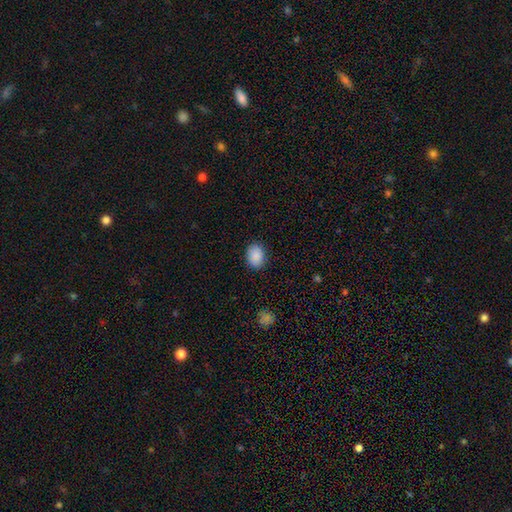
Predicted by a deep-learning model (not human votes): A smooth galaxy with no disk features (89%) that is in between round and cigar-shaped (70%). Merging: none (87%).